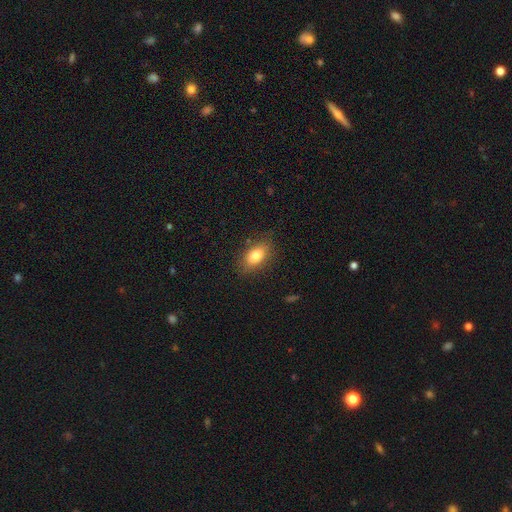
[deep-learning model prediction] A smooth galaxy with no disk features (79%) that is in between round and cigar-shaped (86%).

Vote fractions:
- Smooth or featured? smooth: 79% / featured or disk: 12% / star or artifact: 9%
- How rounded? in between: 86% / round: 9% / cigar-shaped: 6%
- Merging? none: 84% / minor disturbance: 12% / major disturbance: 3% / merger: 1%